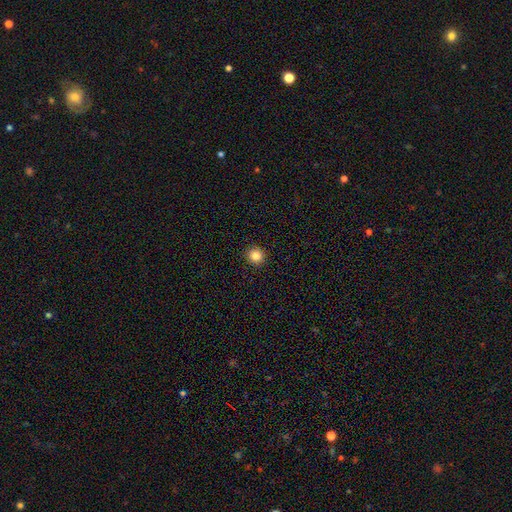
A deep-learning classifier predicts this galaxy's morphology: A smooth galaxy with no disk features (84%) that is round (94%).

Vote fractions:
- Smooth or featured? smooth: 84% / star or artifact: 11% / featured or disk: 4%
- How rounded? round: 94% / in between: 5% / cigar-shaped: 1%
- Merging? none: 93% / minor disturbance: 5% / major disturbance: 2% / merger: 1%